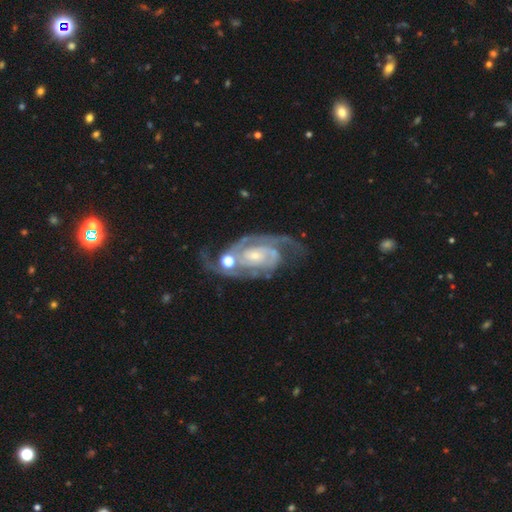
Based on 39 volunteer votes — Smooth or featured? featured or disk (97%)
Edge-on disk? no (97%)
Bar? no (62%)
Spiral arms? yes (97%)
Spiral winding? tight (61%)
Spiral arm count? 2 (75%)
Bulge size? small (73%)
Merging? none (62%)